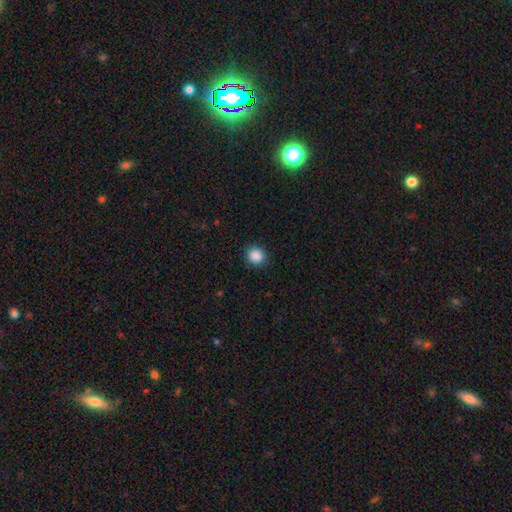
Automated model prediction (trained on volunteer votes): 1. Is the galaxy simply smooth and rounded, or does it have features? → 88% smooth, 9% star or artifact, 3% featured or disk.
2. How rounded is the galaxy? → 83% round, 16% in between, 1% cigar-shaped.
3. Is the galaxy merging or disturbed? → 90% none, 7% minor disturbance, 2% major disturbance, 1% merger.